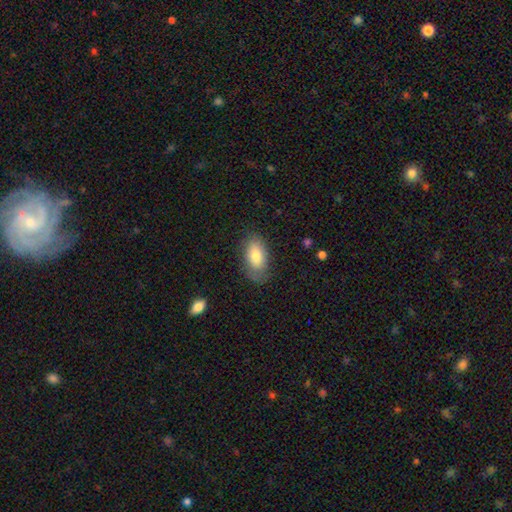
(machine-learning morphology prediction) A smooth galaxy with no disk features (77%) that is in between round and cigar-shaped (93%). Merging: none (69%).